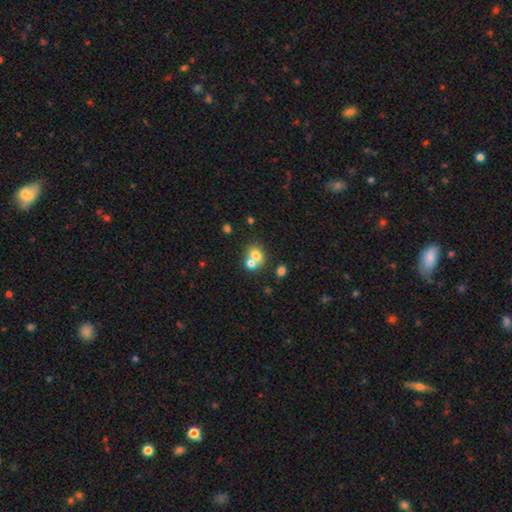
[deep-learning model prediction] Smooth or featured: smooth — 71% (featured or disk — 18%)
How rounded: round — 59% (in between — 40%)
Merging: merger — 59% (none — 31%)